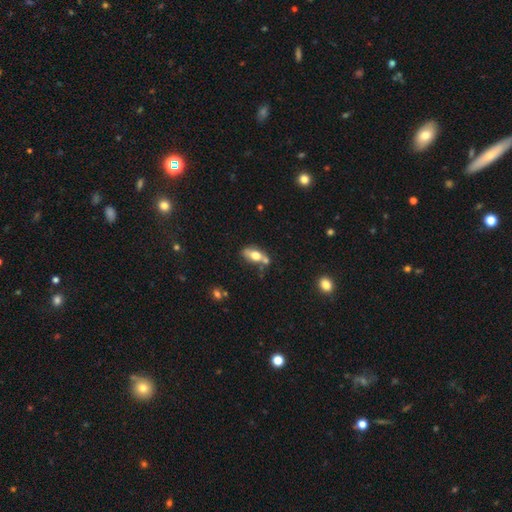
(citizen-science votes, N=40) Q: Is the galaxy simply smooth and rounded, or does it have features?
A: smooth — 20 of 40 (50%).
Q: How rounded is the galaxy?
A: in between — 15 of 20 (75%).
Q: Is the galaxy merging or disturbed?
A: none — 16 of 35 (46%).